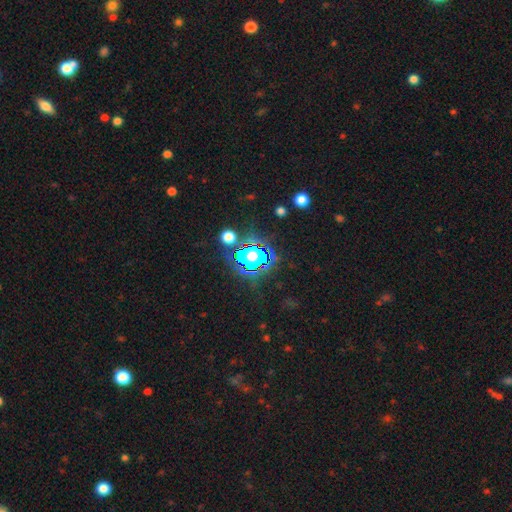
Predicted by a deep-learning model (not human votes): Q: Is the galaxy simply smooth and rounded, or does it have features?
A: star or artifact — 59%.